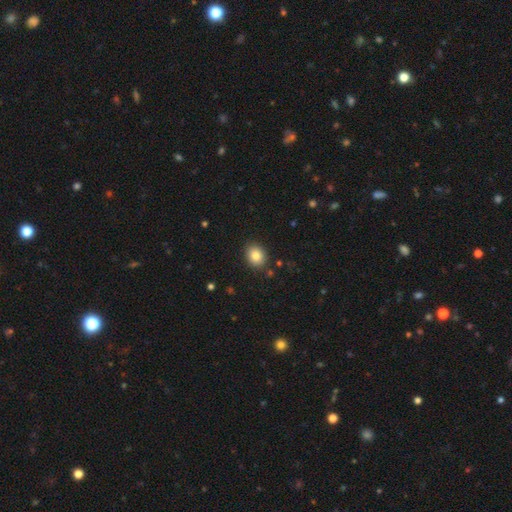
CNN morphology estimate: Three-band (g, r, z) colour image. It shows a smooth galaxy with no disk features (84%) that is round (53%). Merging: none (88%).